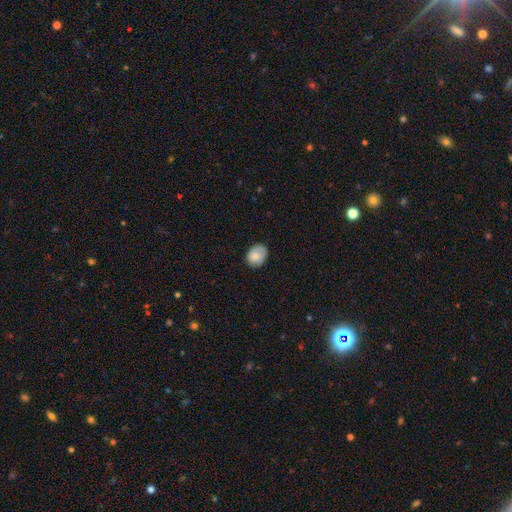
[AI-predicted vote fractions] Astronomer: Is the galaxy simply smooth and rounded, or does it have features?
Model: smooth — 81%.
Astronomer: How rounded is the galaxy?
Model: in between — 51% (runner-up: round, 48%).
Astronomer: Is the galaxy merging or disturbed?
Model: none — 76%.